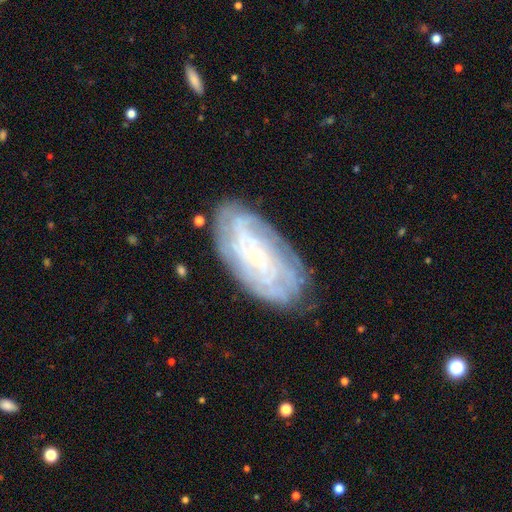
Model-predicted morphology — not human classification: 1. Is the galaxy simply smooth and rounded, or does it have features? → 80% featured or disk, 13% smooth, 7% star or artifact.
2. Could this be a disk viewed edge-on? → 94% no, 6% yes.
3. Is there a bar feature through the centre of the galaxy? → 73% no, 20% weak, 6% strong.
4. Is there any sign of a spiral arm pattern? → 93% yes, 7% no.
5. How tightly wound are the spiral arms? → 77% tight, 19% medium, 5% loose.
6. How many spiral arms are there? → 43% can't tell, 17% 4, 15% more than 4, 10% 3, 9% 2, 6% 1.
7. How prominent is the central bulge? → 86% small, 9% moderate, 3% none, 1% large, 1% dominant.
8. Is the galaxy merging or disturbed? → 79% none, 15% minor disturbance, 5% major disturbance, 2% merger.